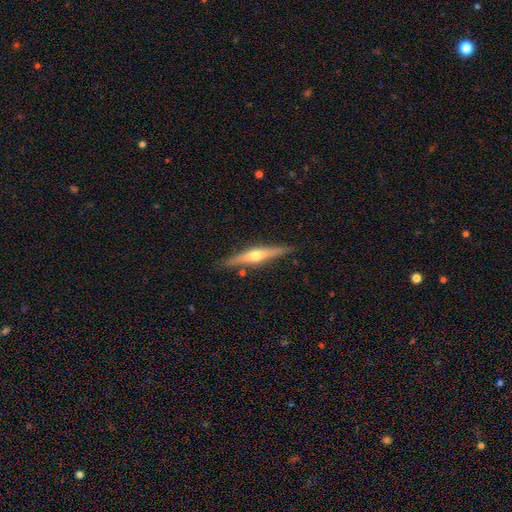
smooth-or-featured: featured or disk: 72% | smooth: 26% | star or artifact: 3%
  disk-edge-on: yes: 100% | no: 0%
    edge-on-bulge: rounded: 89% | none: 7% | boxy: 4%
  merging: none: 95% | minor disturbance: 5% | major disturbance: 0% | merger: 0%